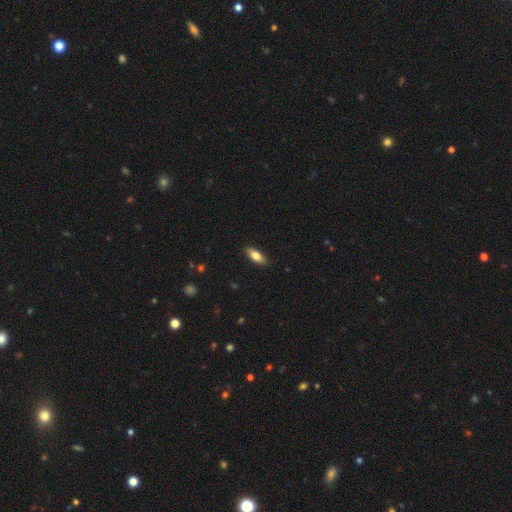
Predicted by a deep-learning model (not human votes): A smooth galaxy with no disk features (70%) that is in between round and cigar-shaped (68%). Merging: none (88%).